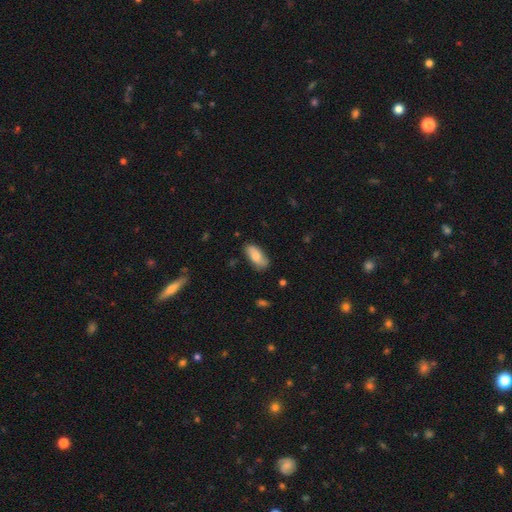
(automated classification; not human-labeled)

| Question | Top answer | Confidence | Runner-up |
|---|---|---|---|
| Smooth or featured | smooth | 78% | featured or disk (15%) |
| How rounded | in between | 86% | cigar-shaped (12%) |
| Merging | none | 78% | minor disturbance (17%) |